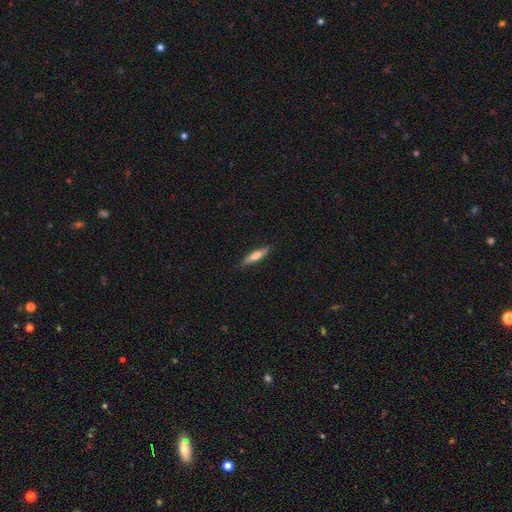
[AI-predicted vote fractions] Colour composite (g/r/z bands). It shows a smooth galaxy with no disk features (61%) that is cigar-shaped (81%). Merging: none (86%).